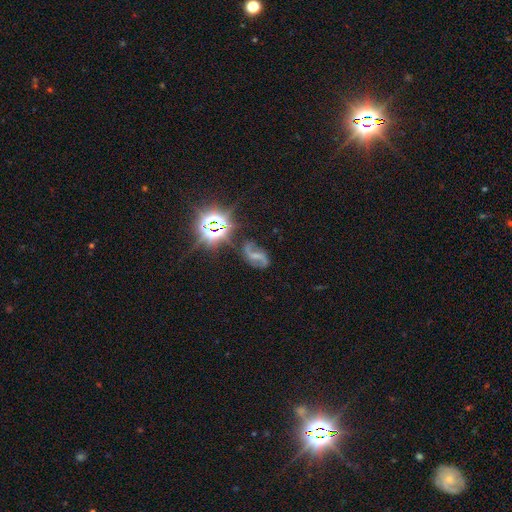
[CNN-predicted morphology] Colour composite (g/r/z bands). It shows a featured or disk galaxy (71%) with a strong bar (39%), 2 (91%) loose (56%) spiral arms (93%) and a small central bulge (50%). Merging: none (73%).